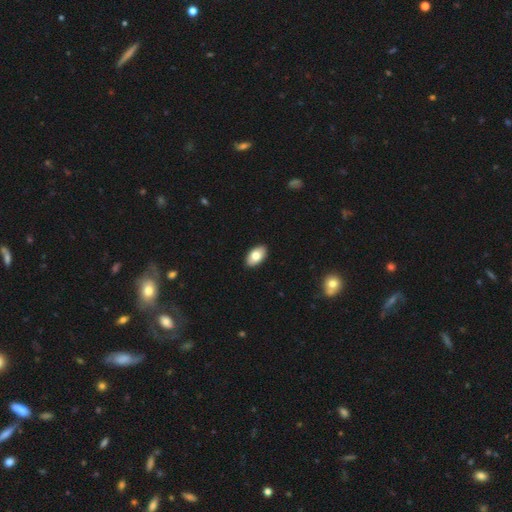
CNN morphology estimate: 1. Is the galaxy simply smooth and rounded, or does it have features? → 80% smooth, 14% featured or disk, 7% star or artifact.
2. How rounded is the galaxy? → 95% in between, 4% round, 2% cigar-shaped.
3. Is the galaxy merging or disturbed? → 91% none, 7% minor disturbance, 1% major disturbance, 1% merger.